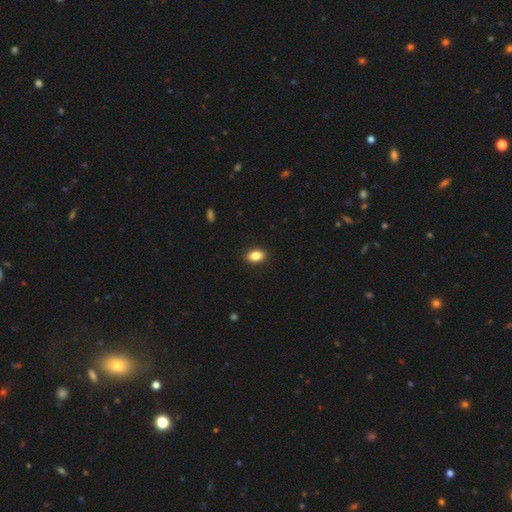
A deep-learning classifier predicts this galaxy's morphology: This appears to be a smooth galaxy with no disk features (85%) that is in between round and cigar-shaped (87%). Merging: none (89%).